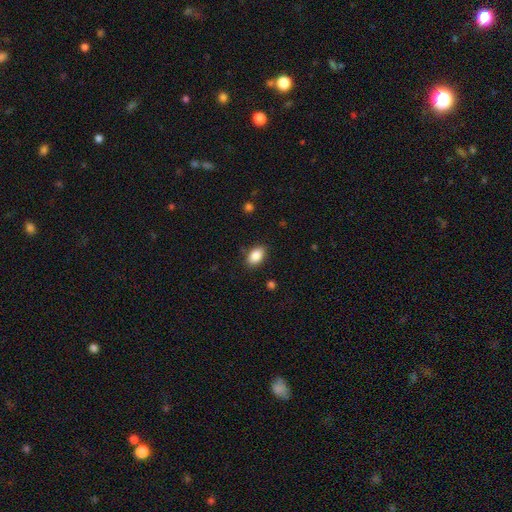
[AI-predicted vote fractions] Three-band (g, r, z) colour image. It shows a smooth galaxy with no disk features (87%) that is in between round and cigar-shaped (87%). Merging: none (85%).